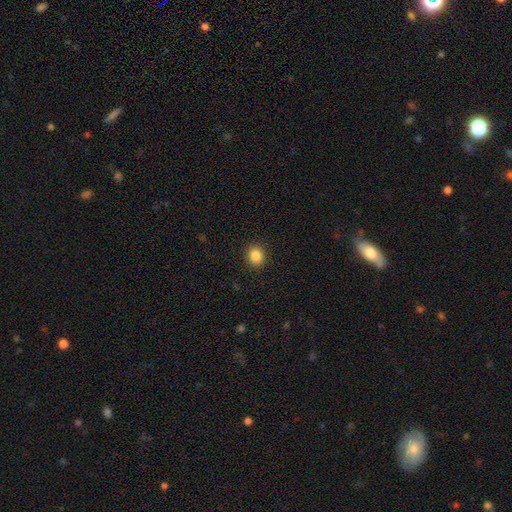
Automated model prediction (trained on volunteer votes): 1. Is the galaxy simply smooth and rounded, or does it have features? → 85% smooth, 11% star or artifact, 4% featured or disk.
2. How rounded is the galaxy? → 82% round, 17% in between, 1% cigar-shaped.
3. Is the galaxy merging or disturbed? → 91% none, 6% minor disturbance, 2% major disturbance, 1% merger.